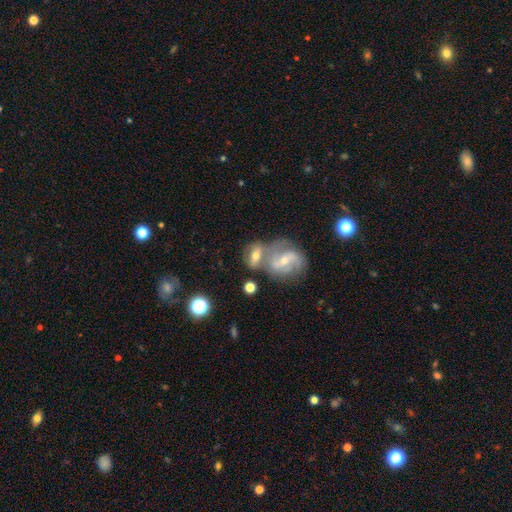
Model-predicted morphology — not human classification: A featured or disk galaxy (55%).

Vote fractions:
- Smooth or featured? featured or disk: 55% / smooth: 36% / star or artifact: 9%
- Edge-on disk? no: 91% / yes: 9%
- Merging? merger: 55% / none: 30% / minor disturbance: 10% / major disturbance: 5%